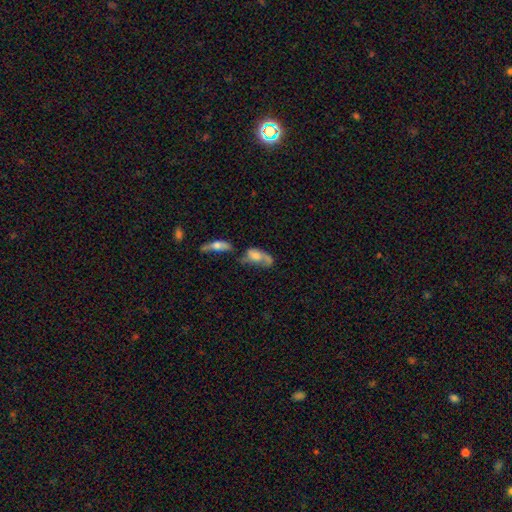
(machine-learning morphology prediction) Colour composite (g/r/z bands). It shows a smooth galaxy with no disk features (46%). Merging: merger (35%).